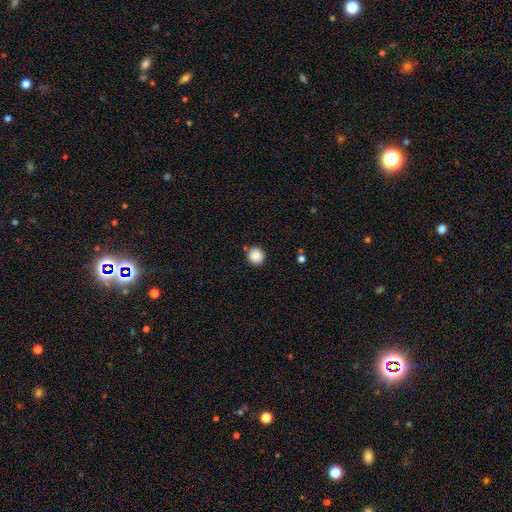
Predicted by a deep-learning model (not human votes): smooth 87%, star or artifact 9%, featured or disk 3%. Down the decision tree: how rounded — round (93%); merging — none (88%).